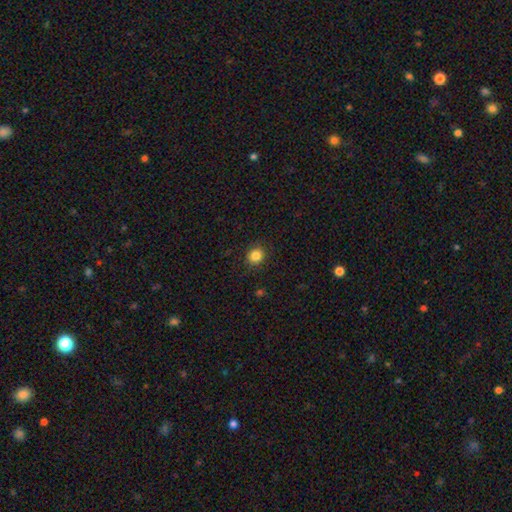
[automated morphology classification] Overall: smooth (84%). How rounded: round (84%). Merging: none (89%).